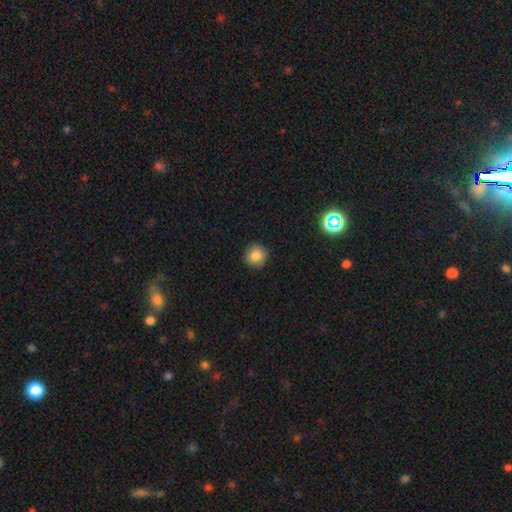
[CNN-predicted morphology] Smooth or featured?
  - smooth: 83% *
  - star or artifact: 10%
  - featured or disk: 7%
How rounded?
  - round: 94% *
  - in between: 5%
  - cigar-shaped: 1%
Merging?
  - none: 91% *
  - minor disturbance: 6%
  - major disturbance: 2%
  - merger: 1%